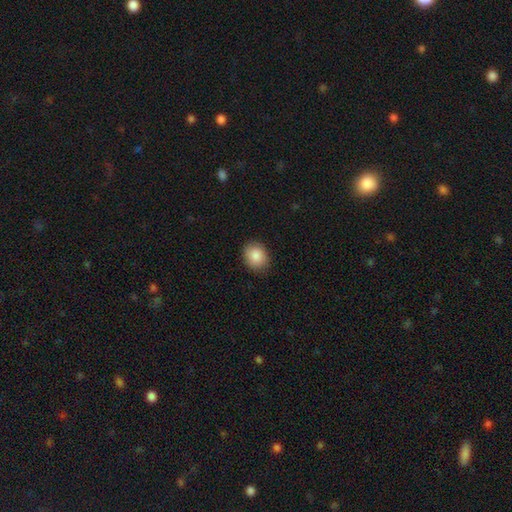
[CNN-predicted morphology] smooth-or-featured: smooth: 88% | star or artifact: 7% | featured or disk: 4%
  how-rounded: round: 56% | in between: 43% | cigar-shaped: 1%
  merging: none: 87% | minor disturbance: 10% | major disturbance: 2% | merger: 1%